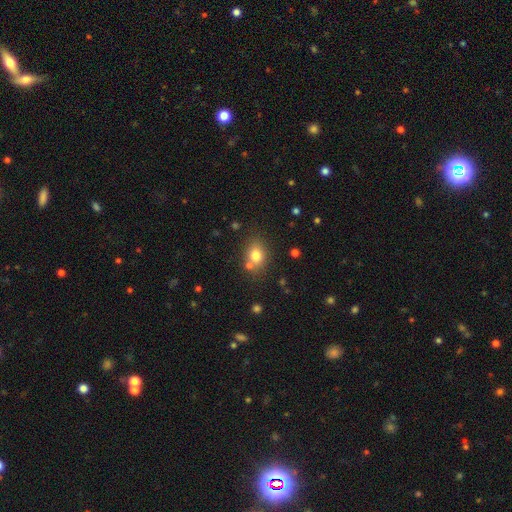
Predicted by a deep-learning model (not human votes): A smooth galaxy with no disk features (78%) that is in between round and cigar-shaped (54%). Merging: none (68%).